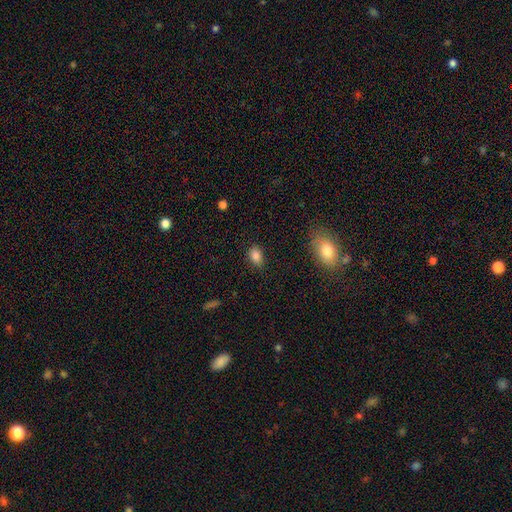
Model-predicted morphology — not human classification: Q: Smooth or featured?
A: smooth (84%); runner-up: star or artifact (10%)
Q: How rounded?
A: in between (79%); runner-up: round (19%)
Q: Merging?
A: none (81%); runner-up: minor disturbance (15%)